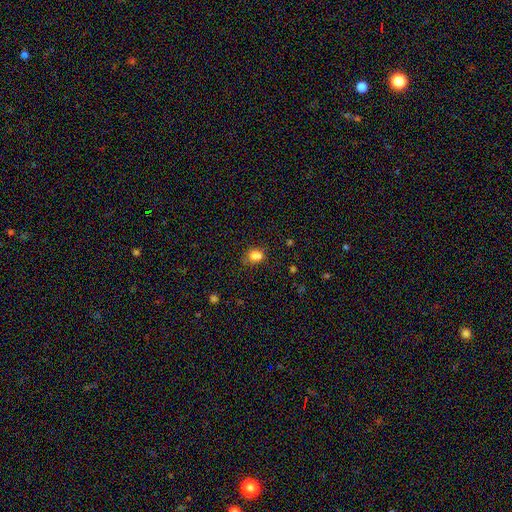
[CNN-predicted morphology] Smooth or featured? Predicted: smooth (p=0.79). How rounded? Predicted: in between (p=0.59). Merging? Predicted: none (p=0.62).